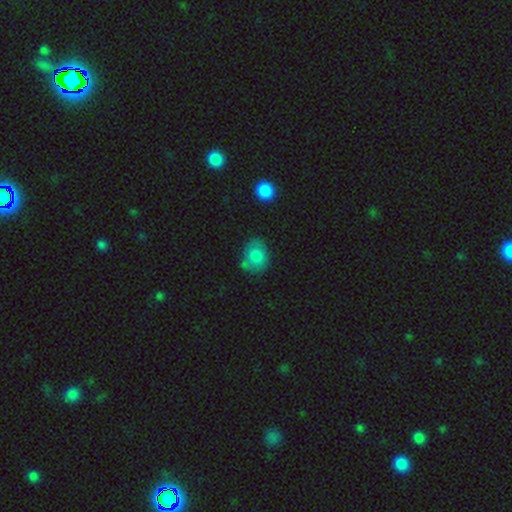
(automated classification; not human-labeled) smooth_or_featured: smooth (p=0.77) [alt: featured or disk p=0.14]
how_rounded: in between (p=0.57) [alt: round p=0.42]
merging: none (p=0.57) [alt: minor disturbance p=0.24]